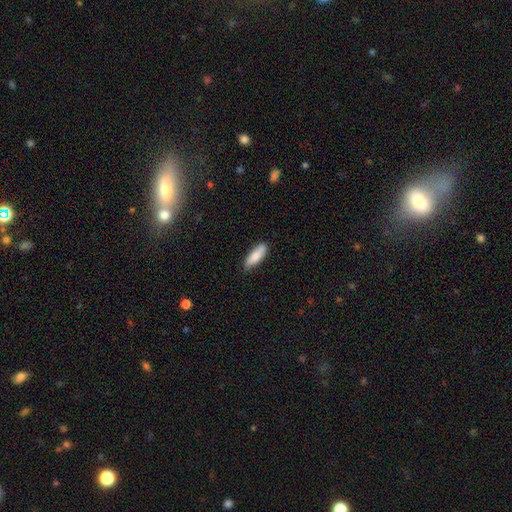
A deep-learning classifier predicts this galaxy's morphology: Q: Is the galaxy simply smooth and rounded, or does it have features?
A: smooth — 82%.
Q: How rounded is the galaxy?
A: in between — 53%.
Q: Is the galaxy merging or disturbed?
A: none — 84%.